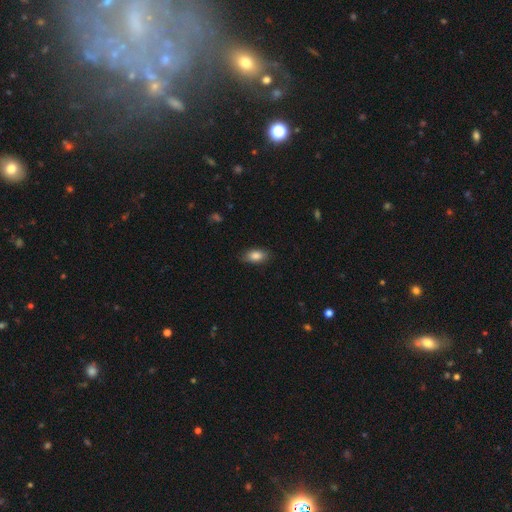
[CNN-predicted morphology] smooth_or_featured: smooth (p=0.85) [alt: featured or disk p=0.08]
how_rounded: in between (p=0.89) [alt: cigar-shaped p=0.06]
merging: none (p=0.81) [alt: minor disturbance p=0.15]